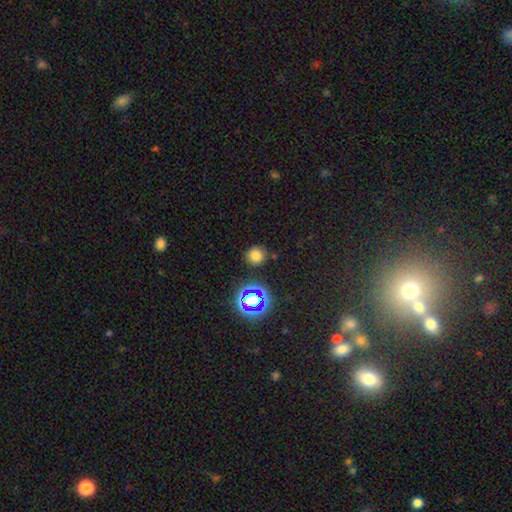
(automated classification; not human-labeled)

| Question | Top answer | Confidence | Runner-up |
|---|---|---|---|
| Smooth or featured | smooth | 73% | star or artifact (21%) |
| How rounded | round | 90% | in between (9%) |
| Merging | none | 83% | minor disturbance (10%) |